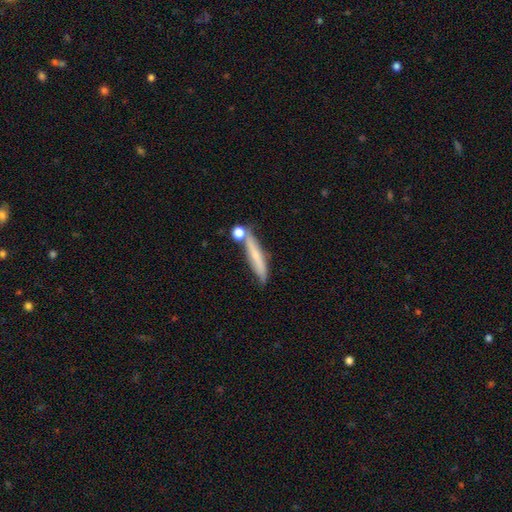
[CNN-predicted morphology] Smooth or featured? Predicted: smooth (p=0.57). How rounded? Predicted: cigar-shaped (p=0.88). Merging? Predicted: none (p=0.61).